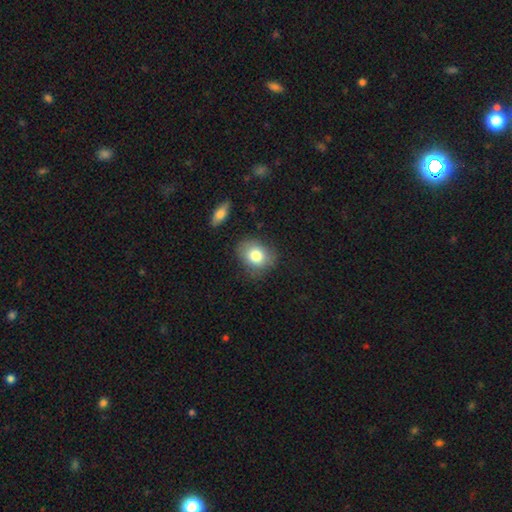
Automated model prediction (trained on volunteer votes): Morphology: type=smooth (79%); roundness=in between (52%); merging=none (74%).